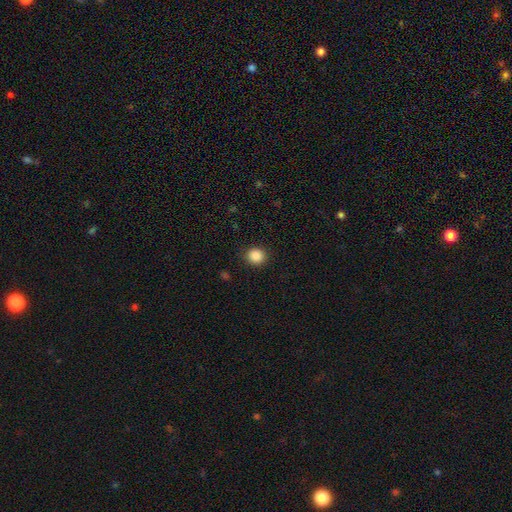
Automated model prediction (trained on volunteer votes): Smooth or featured? Predicted: smooth (p=0.87). How rounded? Predicted: round (p=0.83). Merging? Predicted: none (p=0.90).